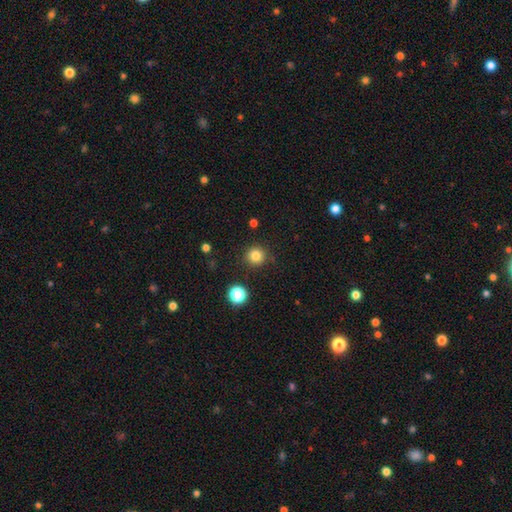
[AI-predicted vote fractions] The model was most divided on "smooth or featured": smooth: 82%, star or artifact: 12%, featured or disk: 5%. More confident: how rounded — round (94%); merging — none (88%).